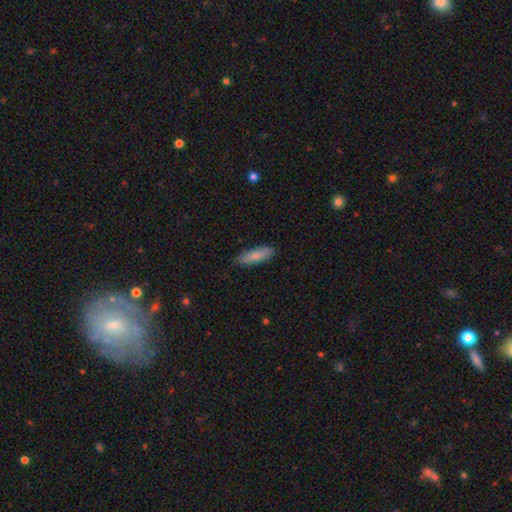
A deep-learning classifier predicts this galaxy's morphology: Smooth or featured?
  - smooth: 82% *
  - featured or disk: 13%
  - star or artifact: 6%
How rounded?
  - in between: 49% * (tied)
  - cigar-shaped: 49% * (tied)
  - round: 2%
Merging?
  - none: 84% *
  - minor disturbance: 13%
  - major disturbance: 2%
  - merger: 1%